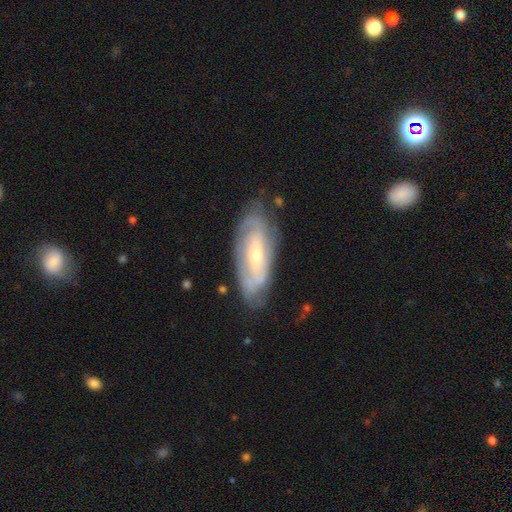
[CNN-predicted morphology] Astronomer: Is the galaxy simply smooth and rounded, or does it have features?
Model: featured or disk — 75%.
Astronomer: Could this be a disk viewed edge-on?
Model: no — 88%.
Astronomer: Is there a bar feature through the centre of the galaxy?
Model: no — 45% (runner-up: weak, 36%).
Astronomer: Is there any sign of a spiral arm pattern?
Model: yes — 84%.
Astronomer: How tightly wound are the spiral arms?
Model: tight — 60%.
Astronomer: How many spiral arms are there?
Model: can't tell — 47% (runner-up: 2, 34%).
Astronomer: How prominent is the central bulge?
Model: small — 53% (runner-up: moderate, 42%).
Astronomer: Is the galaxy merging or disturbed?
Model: none — 71%.